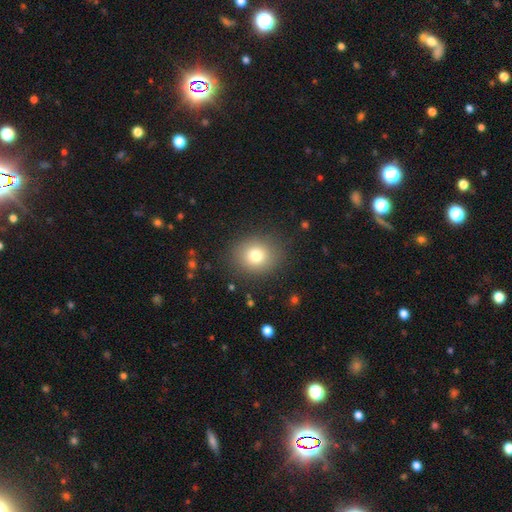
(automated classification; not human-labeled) Smooth or featured? smooth (78%)
How rounded? round (73%)
Merging? none (86%)